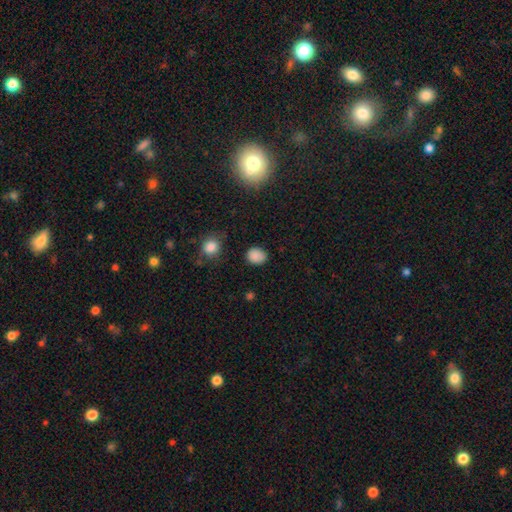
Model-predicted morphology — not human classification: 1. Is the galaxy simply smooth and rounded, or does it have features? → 84% smooth, 12% star or artifact, 4% featured or disk.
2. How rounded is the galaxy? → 55% round, 43% in between, 1% cigar-shaped.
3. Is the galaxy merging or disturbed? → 80% none, 14% minor disturbance, 3% major disturbance, 2% merger.